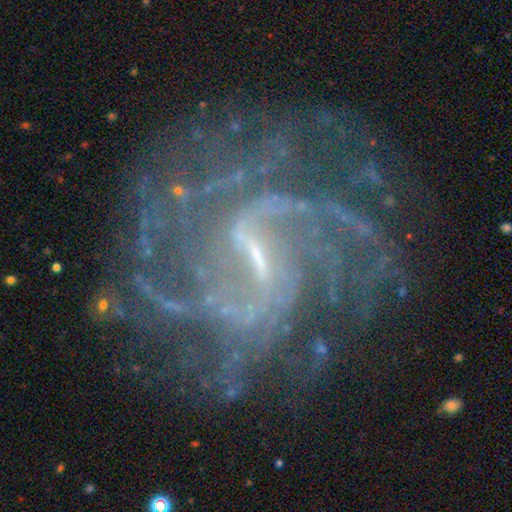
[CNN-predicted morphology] smooth_or_featured: featured or disk (p=0.90) [alt: star or artifact p=0.07]
disk_edge_on: no (p=0.98) [alt: yes p=0.02]
bar: weak (p=0.49) [alt: strong p=0.39]
has_spiral_arms: yes (p=0.96) [alt: no p=0.04]
spiral_winding: medium (p=0.43) [alt: tight p=0.39]
spiral_arm_count: can't tell (p=0.27) [alt: 2 p=0.19]
bulge_size: small (p=0.66) [alt: none p=0.19]
merging: none (p=0.70) [alt: minor disturbance p=0.15]